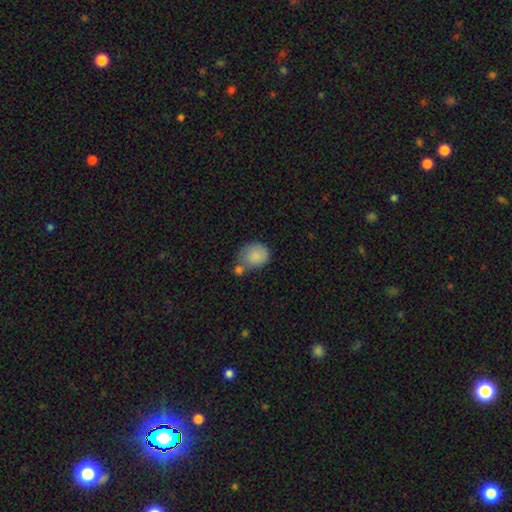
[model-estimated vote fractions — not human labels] The model was most divided on "merging": none: 43%, merger: 28%, minor disturbance: 21%, major disturbance: 8%. More confident: smooth or featured — smooth (85%); how rounded — round (59%).